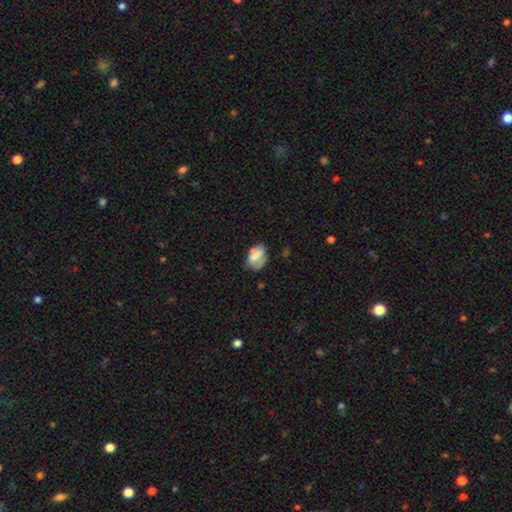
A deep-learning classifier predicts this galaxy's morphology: The model was most divided on "merging": none: 49%, minor disturbance: 30%, major disturbance: 15%, merger: 7%. More confident: how rounded — in between (80%); smooth or featured — smooth (64%).